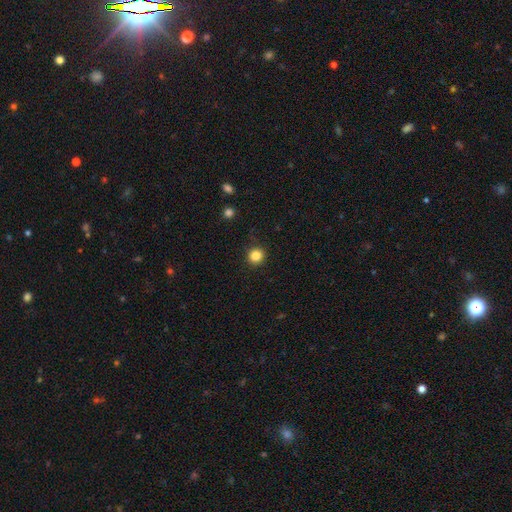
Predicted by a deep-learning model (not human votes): Overall: smooth (84%). How rounded: round (93%). Merging: none (90%).